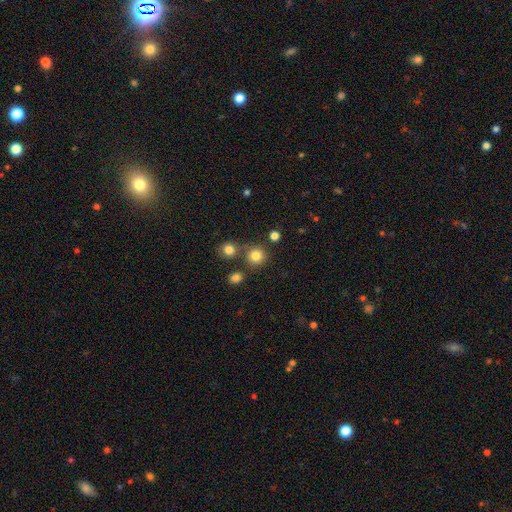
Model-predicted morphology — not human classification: Smooth or featured? smooth (81%)
How rounded? round (91%)
Merging? none (77%)